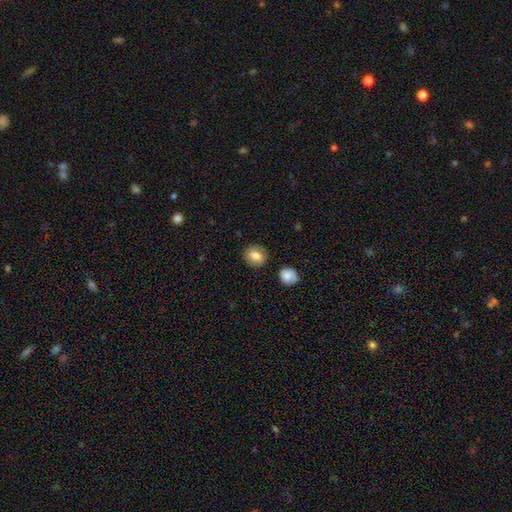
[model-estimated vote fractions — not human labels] A smooth galaxy with no disk features (80%) that is round (74%). Merging: none (87%).